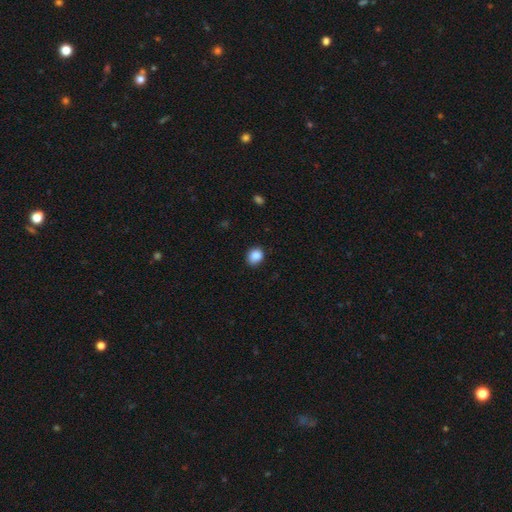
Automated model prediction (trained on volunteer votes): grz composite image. It shows a smooth galaxy with no disk features (88%) that is round (62%). Merging: none (83%).